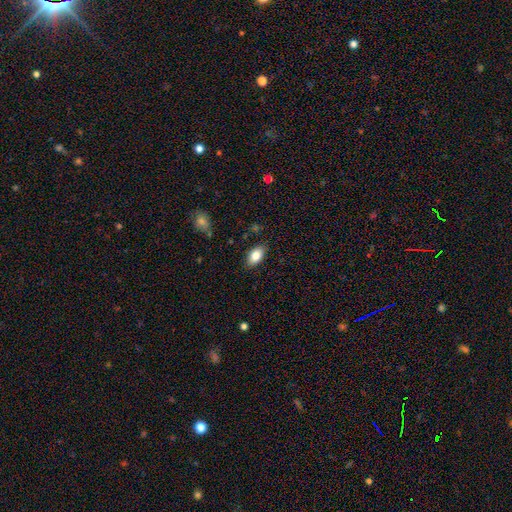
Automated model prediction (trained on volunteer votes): Smooth or featured: smooth — 83% (featured or disk — 10%)
How rounded: in between — 91% (round — 6%)
Merging: none — 85% (minor disturbance — 12%)